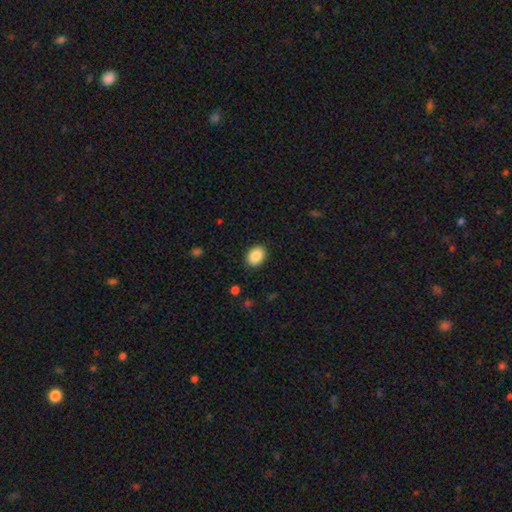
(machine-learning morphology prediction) The model was most divided on "how rounded": in between: 72%, round: 27%, cigar-shaped: 1%. More confident: merging — none (88%); smooth or featured — smooth (88%).